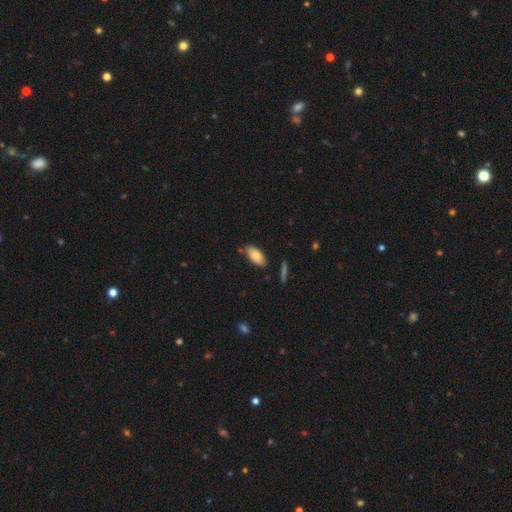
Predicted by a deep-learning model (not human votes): Smooth or featured? smooth (82%)
How rounded? in between (92%)
Merging? none (80%)